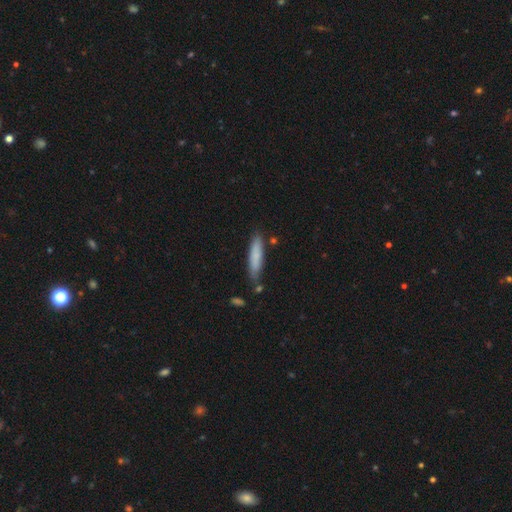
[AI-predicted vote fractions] Smooth or featured? Predicted: smooth (p=0.79). How rounded? Predicted: cigar-shaped (p=0.86). Merging? Predicted: none (p=0.77).